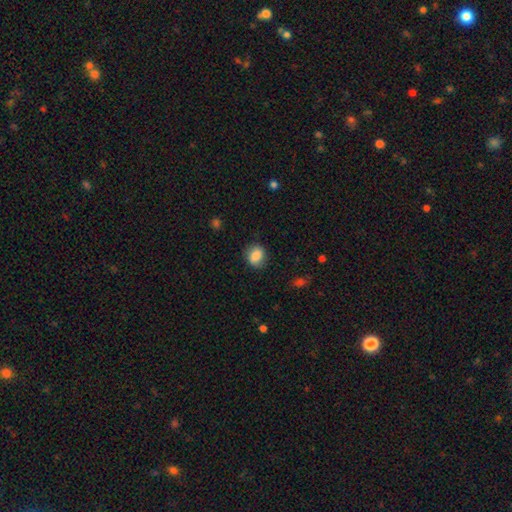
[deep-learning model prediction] The model was most divided on "how rounded": round: 62%, in between: 37%, cigar-shaped: 1%. More confident: smooth or featured — smooth (85%); merging — none (82%).